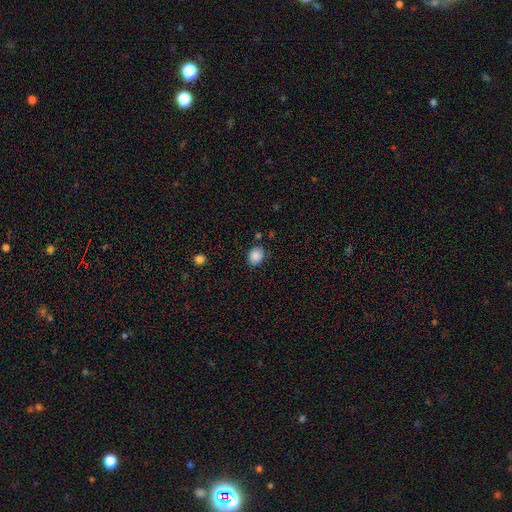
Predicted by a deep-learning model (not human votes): Smooth or featured? smooth (87%)
How rounded? round (66%)
Merging? none (79%)